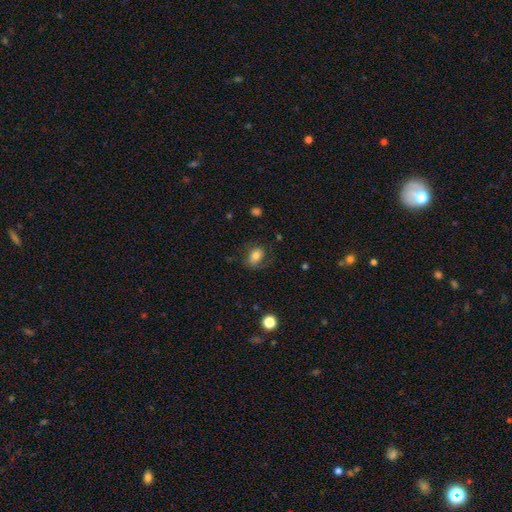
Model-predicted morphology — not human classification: smooth 71%, featured or disk 19%, star or artifact 9%. Down the decision tree: how rounded — in between (75%); merging — none (67%).